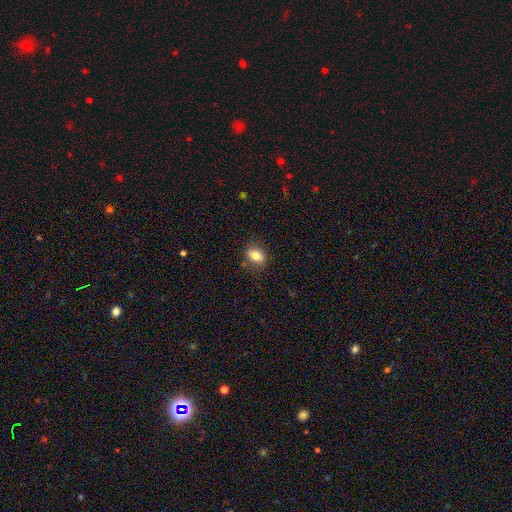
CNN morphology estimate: Smooth or featured?
  - smooth: 81% *
  - featured or disk: 9%
  - star or artifact: 9%
How rounded?
  - in between: 65% *
  - round: 33%
  - cigar-shaped: 2%
Merging?
  - none: 82% *
  - minor disturbance: 13%
  - major disturbance: 3%
  - merger: 2%